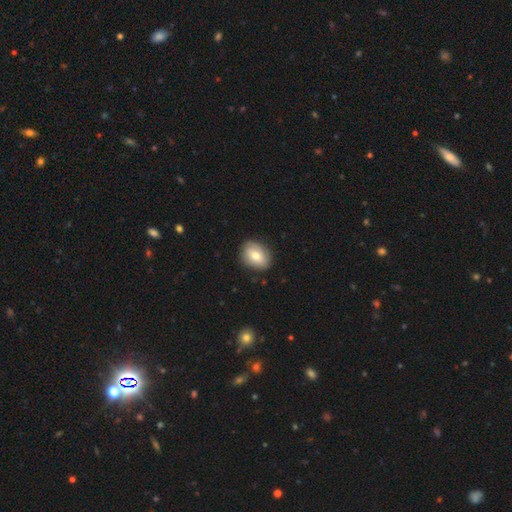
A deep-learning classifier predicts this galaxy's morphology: Smooth or featured? smooth (66%)
How rounded? in between (60%)
Merging? none (83%)